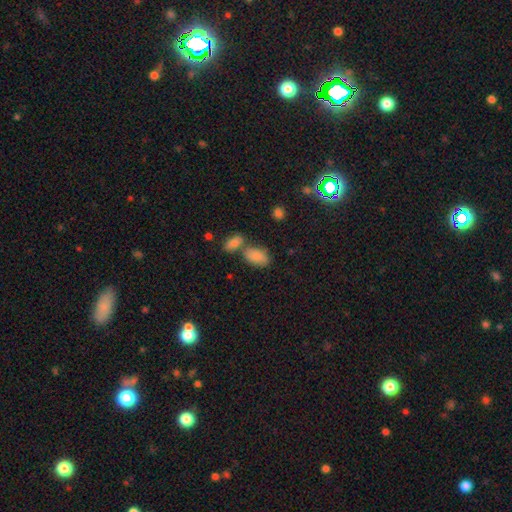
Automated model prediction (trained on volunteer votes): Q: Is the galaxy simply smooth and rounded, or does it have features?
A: smooth — 83%.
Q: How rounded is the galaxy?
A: in between — 90%.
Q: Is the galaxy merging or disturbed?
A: none — 48%.